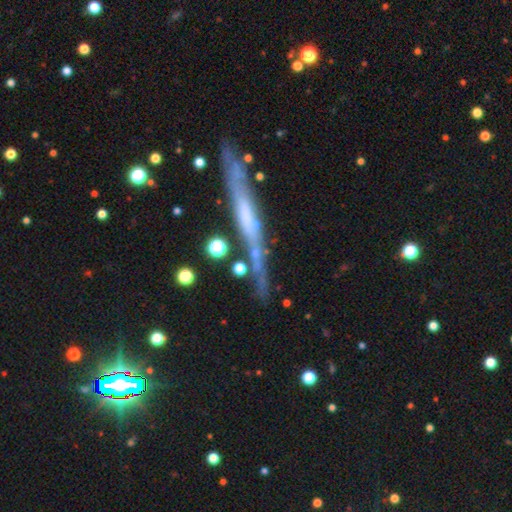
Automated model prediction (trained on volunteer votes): Q: Smooth or featured?
A: featured or disk (53%); runner-up: smooth (34%)
Q: Edge-on disk?
A: yes (85%); runner-up: no (15%)
Q: Merging?
A: none (71%); runner-up: minor disturbance (16%)